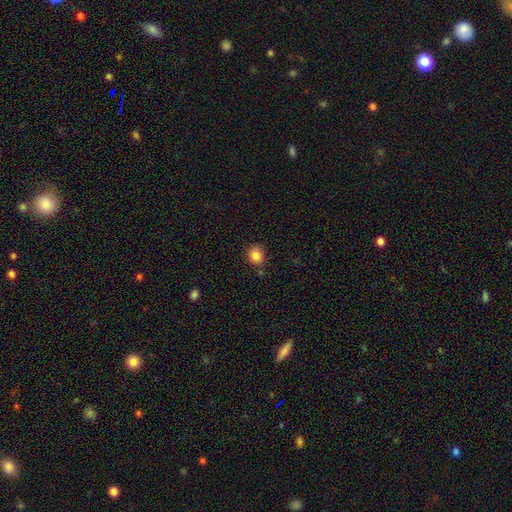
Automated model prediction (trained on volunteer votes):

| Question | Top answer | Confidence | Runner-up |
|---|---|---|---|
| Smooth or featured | smooth | 85% | star or artifact (10%) |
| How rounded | round | 67% | in between (32%) |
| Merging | none | 81% | minor disturbance (12%) |